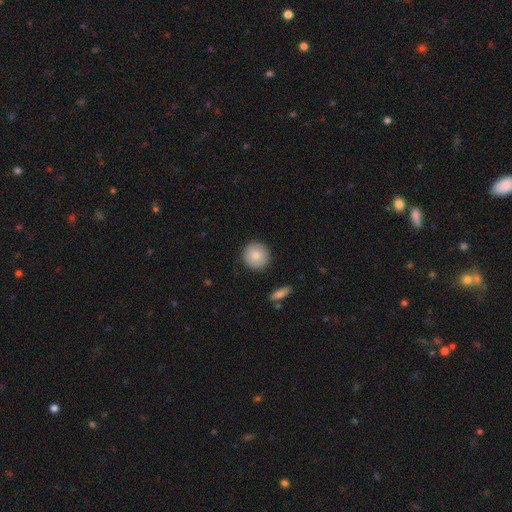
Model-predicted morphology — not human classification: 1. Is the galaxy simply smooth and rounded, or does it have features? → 84% smooth, 9% featured or disk, 7% star or artifact.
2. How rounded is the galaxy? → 94% round, 5% in between, 1% cigar-shaped.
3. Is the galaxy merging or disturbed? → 91% none, 6% minor disturbance, 2% major disturbance, 1% merger.